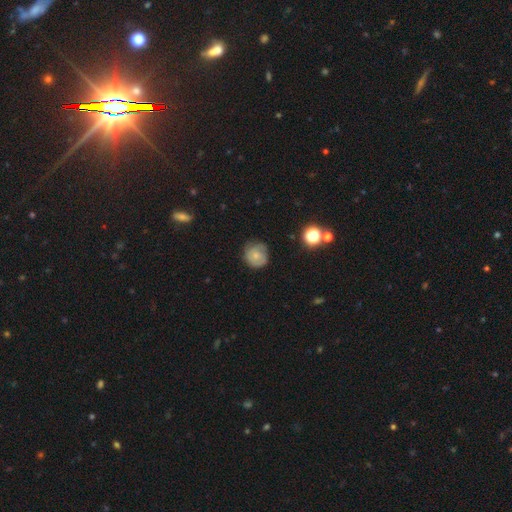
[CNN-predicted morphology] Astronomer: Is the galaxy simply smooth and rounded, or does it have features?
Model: smooth — 60%.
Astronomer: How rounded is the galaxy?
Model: round — 88%.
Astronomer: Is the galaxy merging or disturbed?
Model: none — 67%.